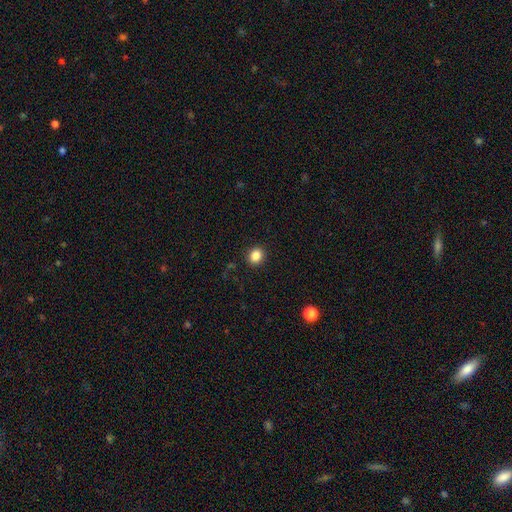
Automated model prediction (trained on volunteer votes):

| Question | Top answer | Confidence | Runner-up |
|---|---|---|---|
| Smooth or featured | smooth | 86% | star or artifact (10%) |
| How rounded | round | 75% | in between (24%) |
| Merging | none | 90% | minor disturbance (6%) |